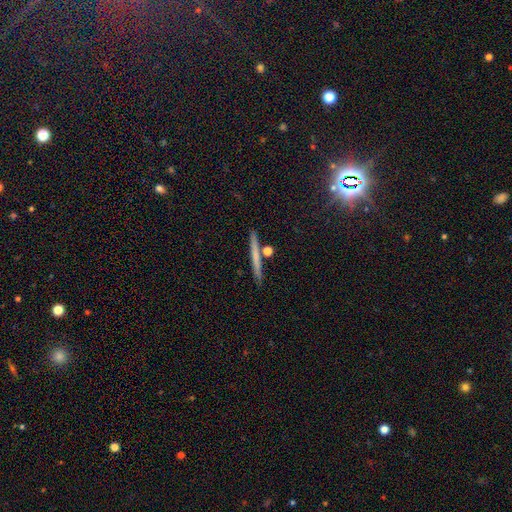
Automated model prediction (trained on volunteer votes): Overall: smooth (55%; featured or disk 36%). How rounded: cigar-shaped (94%). Merging: none (84%).